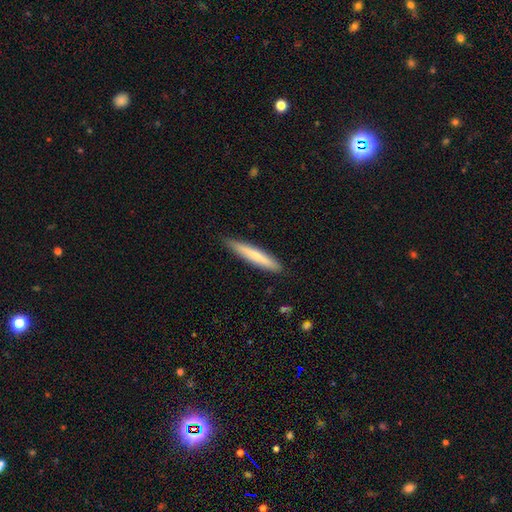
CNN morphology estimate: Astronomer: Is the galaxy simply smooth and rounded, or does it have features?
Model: smooth — 72%.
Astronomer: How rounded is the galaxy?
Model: cigar-shaped — 95%.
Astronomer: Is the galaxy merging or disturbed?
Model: none — 87%.